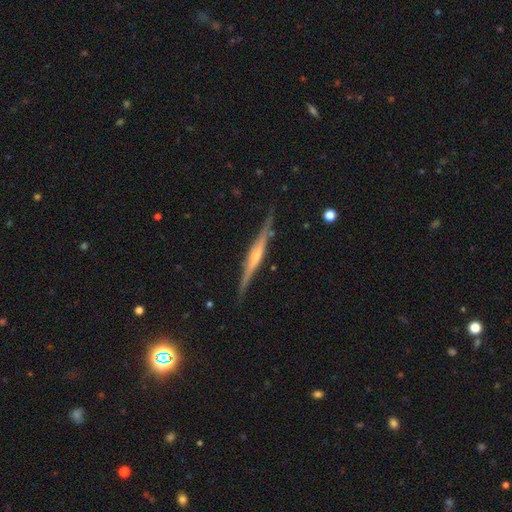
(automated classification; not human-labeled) Overall: featured or disk (80%). Edge-on disk: yes (98%). Edge-on bulge: rounded (70%). Merging: none (86%).